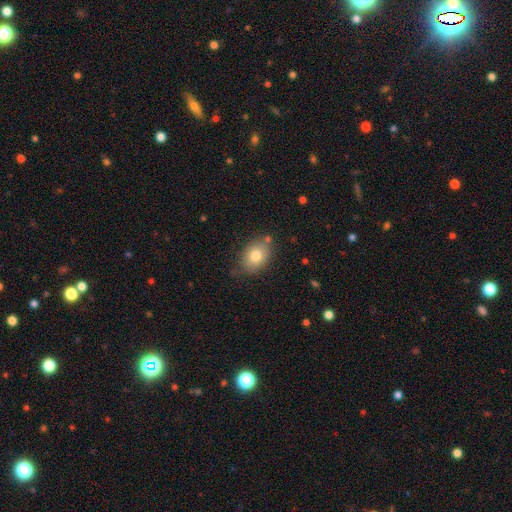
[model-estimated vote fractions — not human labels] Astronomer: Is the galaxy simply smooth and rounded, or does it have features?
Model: smooth — 79%.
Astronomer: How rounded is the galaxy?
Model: in between — 72%.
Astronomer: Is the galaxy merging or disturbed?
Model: none — 73%.